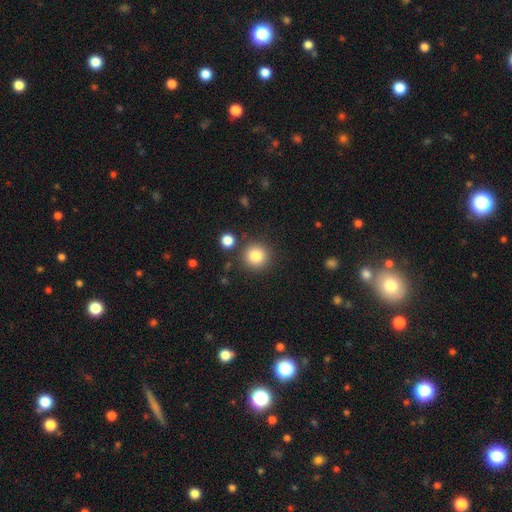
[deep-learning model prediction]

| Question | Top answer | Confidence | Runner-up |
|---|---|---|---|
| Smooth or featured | smooth | 84% | star or artifact (10%) |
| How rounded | round | 94% | in between (5%) |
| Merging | none | 86% | minor disturbance (7%) |